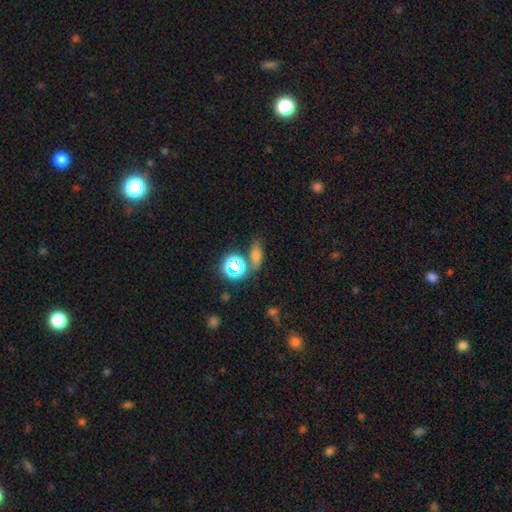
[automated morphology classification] This appears to be a smooth galaxy with no disk features (58%) that is in between round and cigar-shaped (57%). Merging: none (69%).